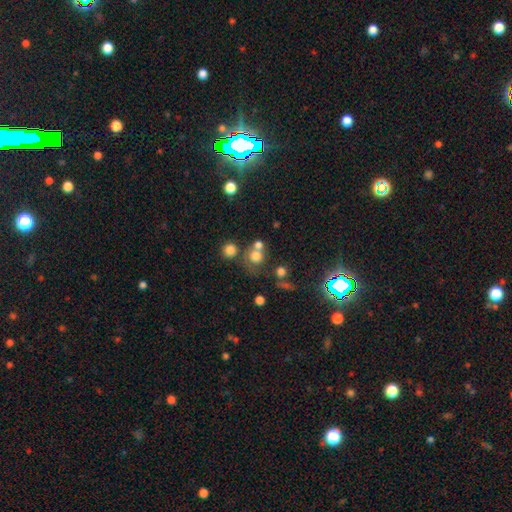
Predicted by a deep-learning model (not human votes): smooth 71%, star or artifact 18%, featured or disk 11%. Down the decision tree: how rounded — round (86%); merging — none (51%).